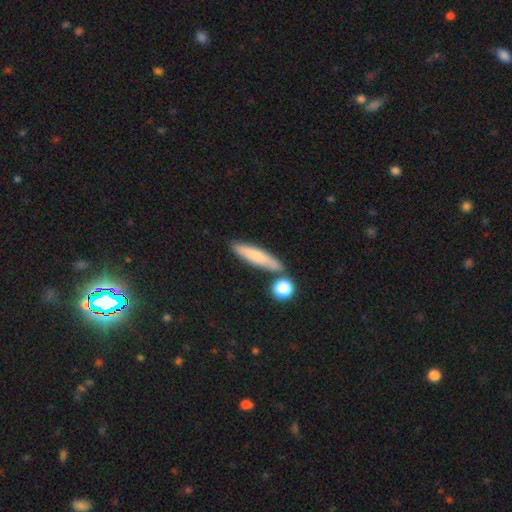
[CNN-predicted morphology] Smooth or featured: smooth — 71% (featured or disk — 21%)
How rounded: cigar-shaped — 83% (in between — 14%)
Merging: none — 78% (minor disturbance — 11%)